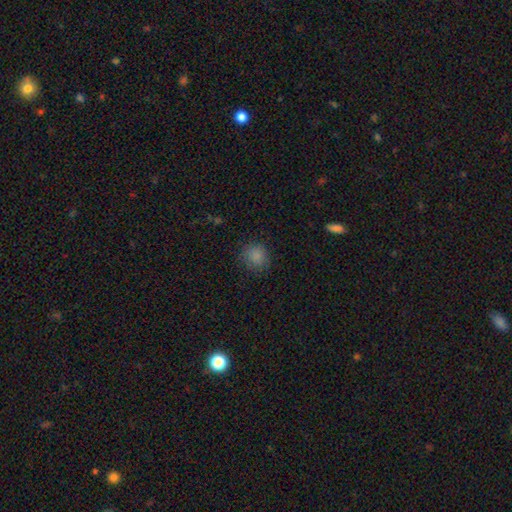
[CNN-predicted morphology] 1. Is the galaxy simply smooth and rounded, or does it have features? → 84% smooth, 11% star or artifact, 5% featured or disk.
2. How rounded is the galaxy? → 83% round, 16% in between, 1% cigar-shaped.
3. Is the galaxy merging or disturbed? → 82% none, 13% minor disturbance, 4% major disturbance, 1% merger.